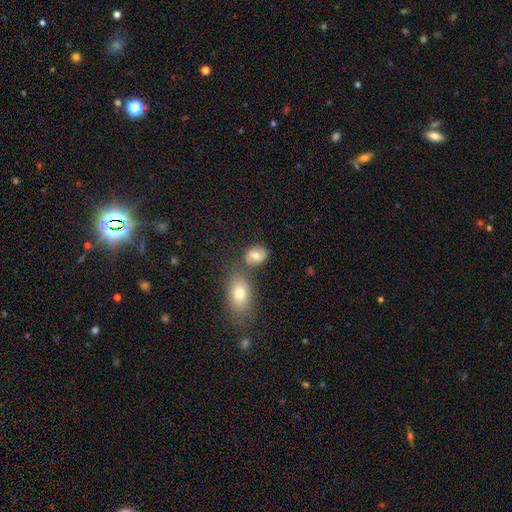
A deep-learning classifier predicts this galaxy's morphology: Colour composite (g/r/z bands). It shows a smooth galaxy with no disk features (75%) that is in between round and cigar-shaped (64%). Merging: none (63%).